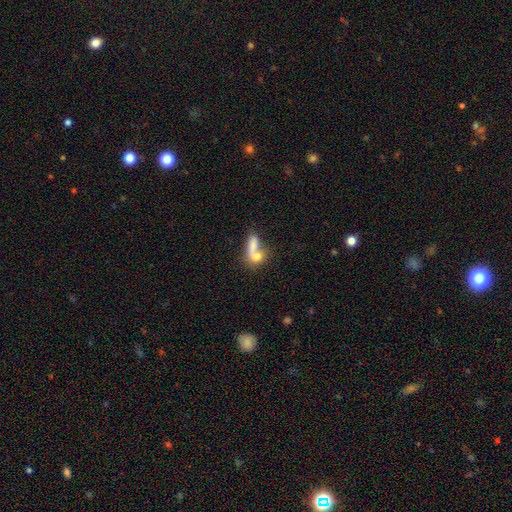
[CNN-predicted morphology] smooth 72%, featured or disk 20%, star or artifact 9%. Down the decision tree: how rounded — in between (60%); merging — merger (65%).